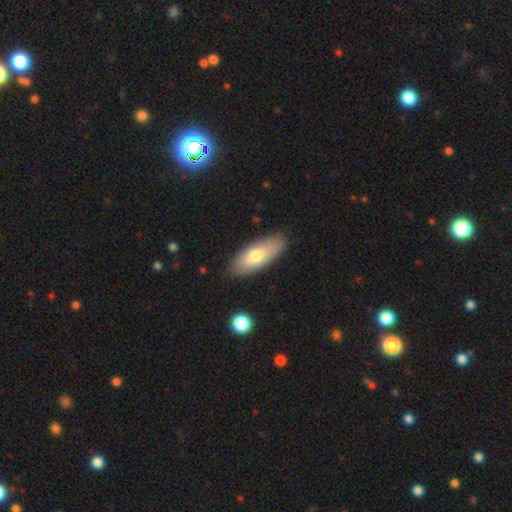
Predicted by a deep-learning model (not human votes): Smooth or featured?
  - smooth: 69% *
  - featured or disk: 26%
  - star or artifact: 5%
How rounded?
  - in between: 78% *
  - cigar-shaped: 20%
  - round: 2%
Merging?
  - none: 86% *
  - minor disturbance: 10%
  - major disturbance: 2%
  - merger: 1%